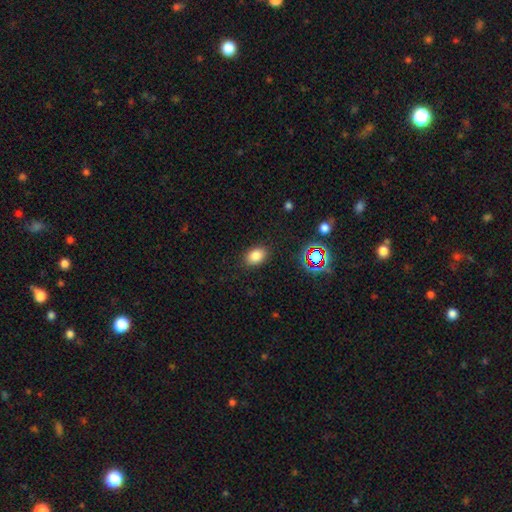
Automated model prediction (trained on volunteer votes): Q: Smooth or featured?
A: smooth (80%); runner-up: star or artifact (14%)
Q: How rounded?
A: in between (74%); runner-up: round (25%)
Q: Merging?
A: none (86%); runner-up: minor disturbance (9%)